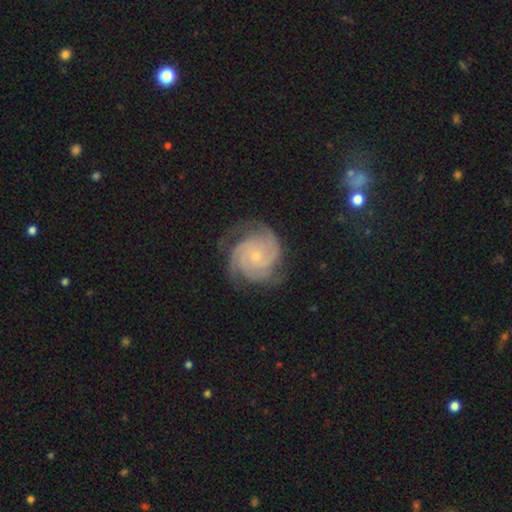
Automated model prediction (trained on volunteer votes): This is clearly a featured or disk galaxy (90%). It is clearly not viewed edge-on (98%). Bar: likely no (77%). Spiral arm pattern: clearly yes (98%). Spiral arm count: marginally 3 (44%). Spiral winding: likely tight (70%). Central bulge: likely small (74%). Merging: likely none (74%).